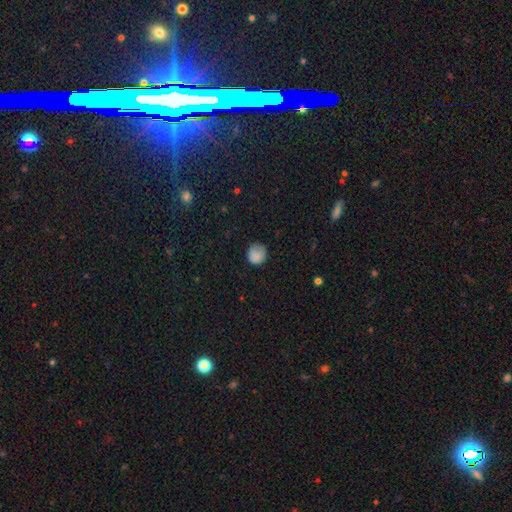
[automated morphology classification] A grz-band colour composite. It shows a smooth galaxy with no disk features (85%) that is round (87%). Merging: none (74%).